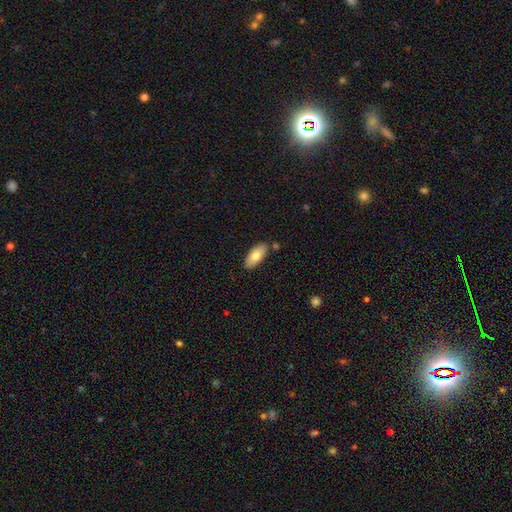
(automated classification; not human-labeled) Smooth or featured: smooth — 77% (featured or disk — 17%)
How rounded: in between — 89% (cigar-shaped — 9%)
Merging: none — 83% (minor disturbance — 11%)